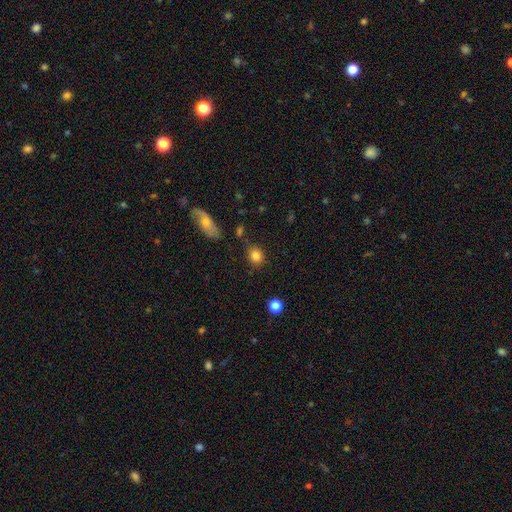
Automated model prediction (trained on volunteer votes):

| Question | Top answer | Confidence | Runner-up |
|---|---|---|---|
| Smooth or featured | smooth | 84% | star or artifact (9%) |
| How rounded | round | 68% | in between (30%) |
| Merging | none | 81% | minor disturbance (12%) |